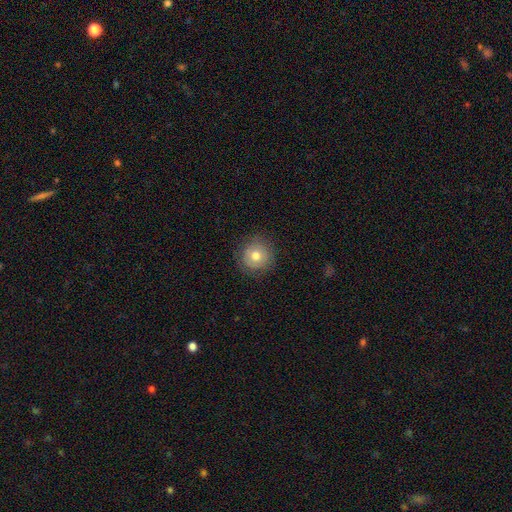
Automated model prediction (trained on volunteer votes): Smooth or featured?
  - smooth: 68% *
  - featured or disk: 22%
  - star or artifact: 10%
How rounded?
  - round: 94% *
  - in between: 5%
  - cigar-shaped: 1%
Merging?
  - none: 84% *
  - minor disturbance: 11%
  - major disturbance: 4%
  - merger: 1%